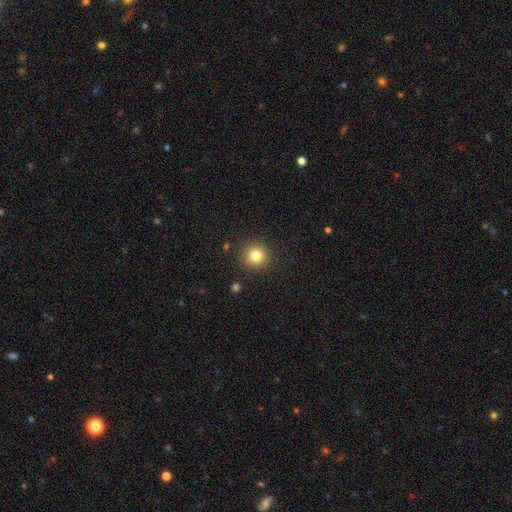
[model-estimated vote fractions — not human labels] smooth 81%, star or artifact 12%, featured or disk 7%. Down the decision tree: how rounded — round (93%); merging — none (90%).